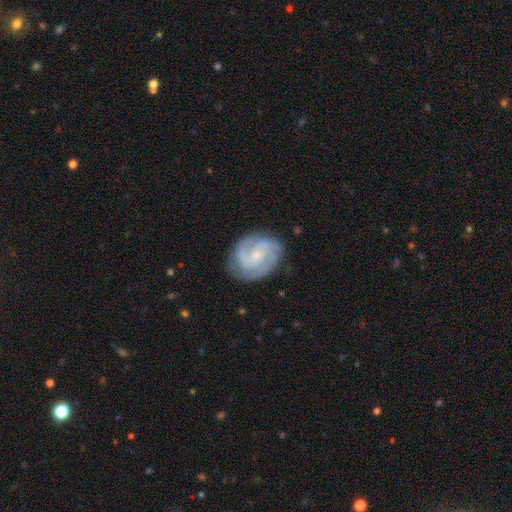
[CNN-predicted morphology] The model was most divided on "spiral winding": tight: 52%, medium: 41%, loose: 7%. Remaining: edge-on disk — no (98%); spiral arms — yes (98%); smooth or featured — featured or disk (89%); merging — none (81%); bulge size — small (74%); bar — no (62%); spiral arm count — 3 (48%).